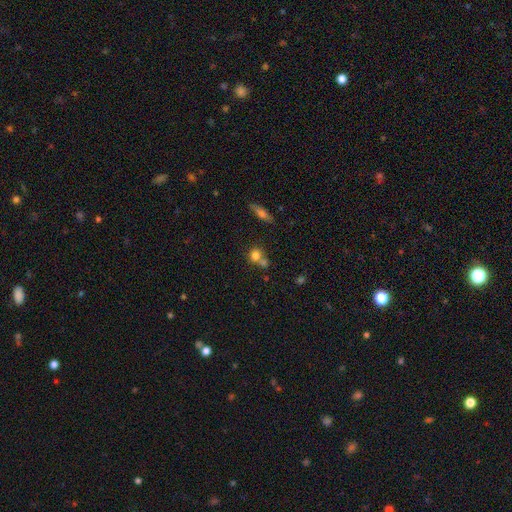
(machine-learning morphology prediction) smooth_or_featured: smooth (p=0.76) [alt: featured or disk p=0.12]
how_rounded: round (p=0.81) [alt: in between p=0.17]
merging: none (p=0.45) [alt: merger p=0.42]